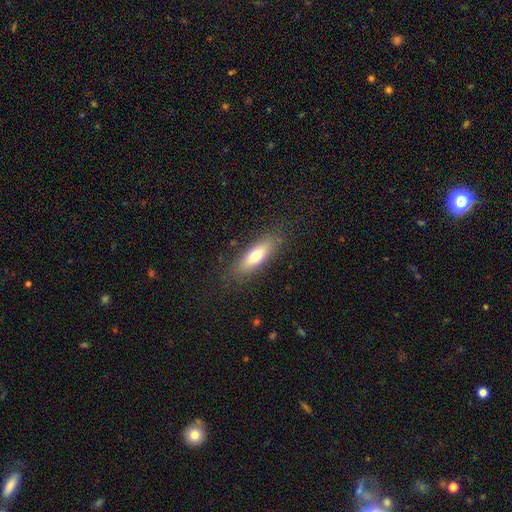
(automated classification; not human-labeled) Smooth or featured? smooth (67%)
How rounded? in between (55%)
Merging? none (83%)